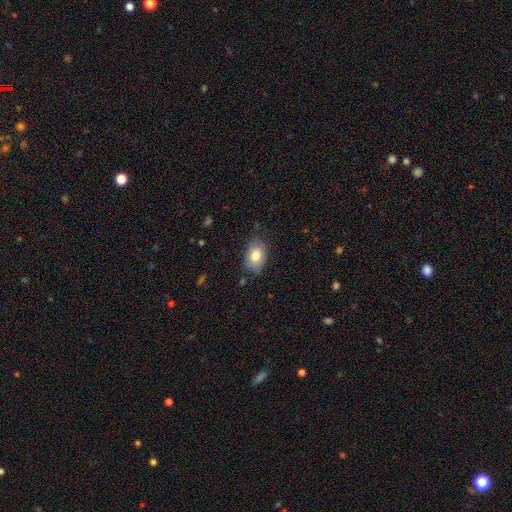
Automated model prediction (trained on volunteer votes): smooth-or-featured: smooth: 80% | featured or disk: 12% | star or artifact: 8%
  how-rounded: in between: 84% | round: 15% | cigar-shaped: 1%
  merging: none: 77% | minor disturbance: 18% | major disturbance: 4% | merger: 1%